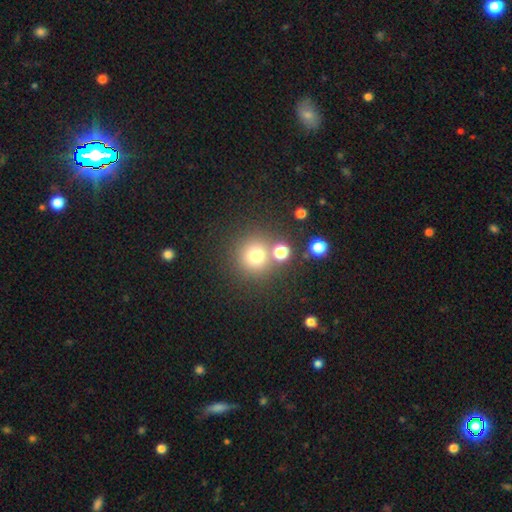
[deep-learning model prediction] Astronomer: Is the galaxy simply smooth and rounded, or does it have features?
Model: smooth — 74%.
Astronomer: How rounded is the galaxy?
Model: round — 94%.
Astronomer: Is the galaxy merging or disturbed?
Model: none — 75%.